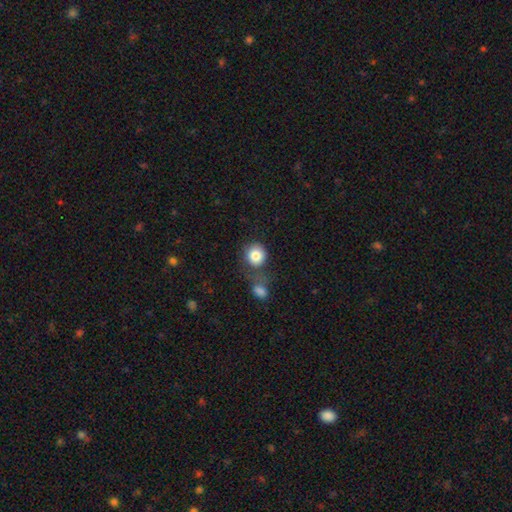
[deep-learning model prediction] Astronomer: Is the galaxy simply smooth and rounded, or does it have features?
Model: smooth — 84%.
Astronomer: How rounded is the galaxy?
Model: round — 88%.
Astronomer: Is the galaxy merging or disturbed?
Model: none — 57%.